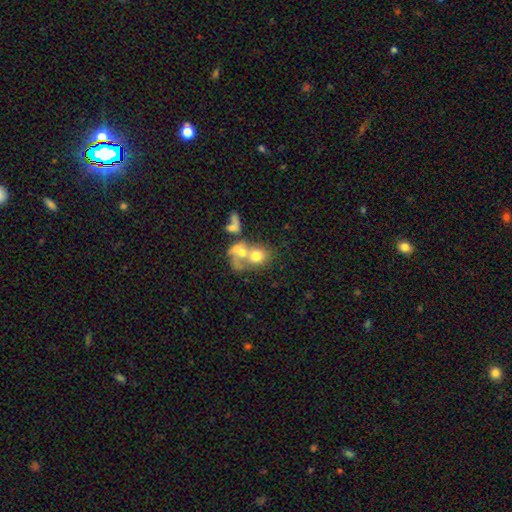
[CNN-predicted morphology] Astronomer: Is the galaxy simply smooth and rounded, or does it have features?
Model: smooth — 58%.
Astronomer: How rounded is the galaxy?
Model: round — 51% (runner-up: in between, 48%).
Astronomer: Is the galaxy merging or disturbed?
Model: merger — 69%.